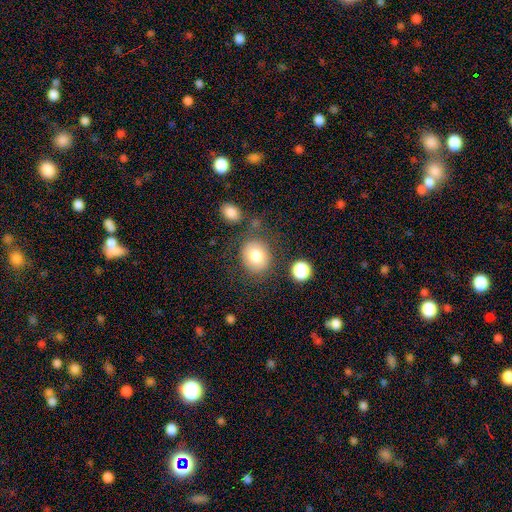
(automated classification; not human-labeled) This is likely a smooth galaxy (79%). How rounded: likely round (67%). Merging: likely none (76%).